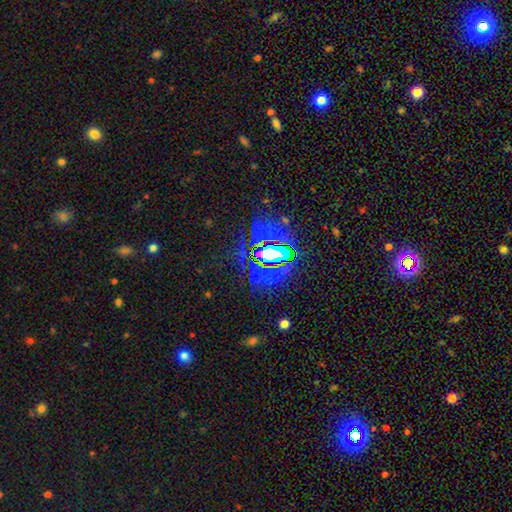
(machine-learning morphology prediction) star or artifact 80%, smooth 11%, featured or disk 9%.